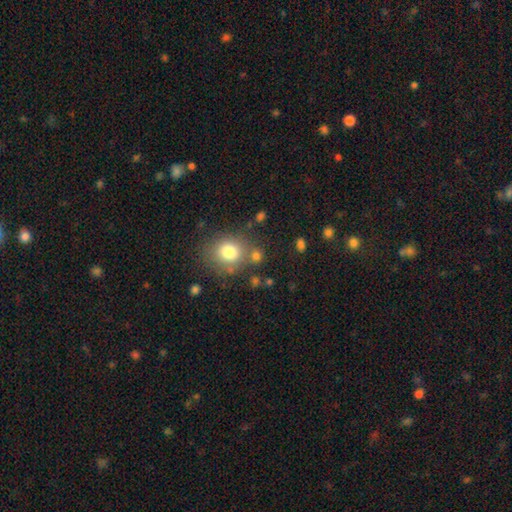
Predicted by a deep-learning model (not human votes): smooth-or-featured: smooth: 64% | star or artifact: 28% | featured or disk: 8%
  how-rounded: round: 86% | in between: 13% | cigar-shaped: 1%
  merging: none: 77% | minor disturbance: 11% | merger: 8% | major disturbance: 4%